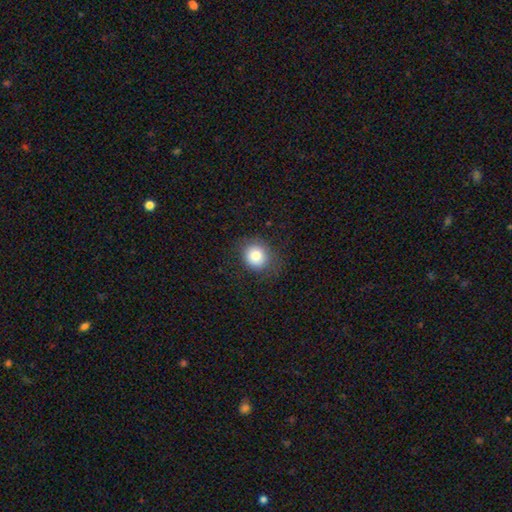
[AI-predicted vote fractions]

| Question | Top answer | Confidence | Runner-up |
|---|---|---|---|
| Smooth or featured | smooth | 81% | star or artifact (11%) |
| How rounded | round | 82% | in between (17%) |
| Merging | none | 80% | minor disturbance (13%) |